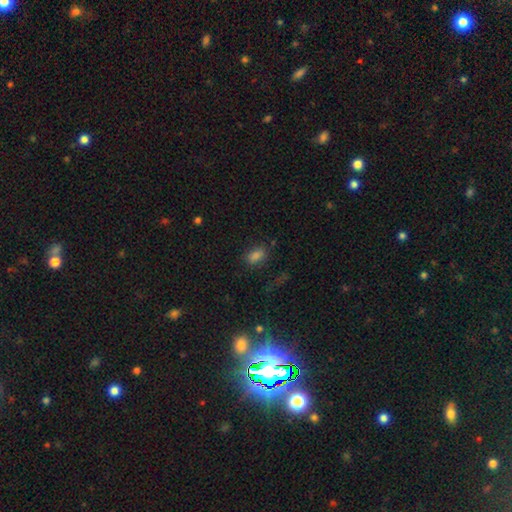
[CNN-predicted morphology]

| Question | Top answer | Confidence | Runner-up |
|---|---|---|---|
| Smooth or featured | smooth | 78% | star or artifact (16%) |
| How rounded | in between | 86% | round (11%) |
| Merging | none | 76% | minor disturbance (14%) |